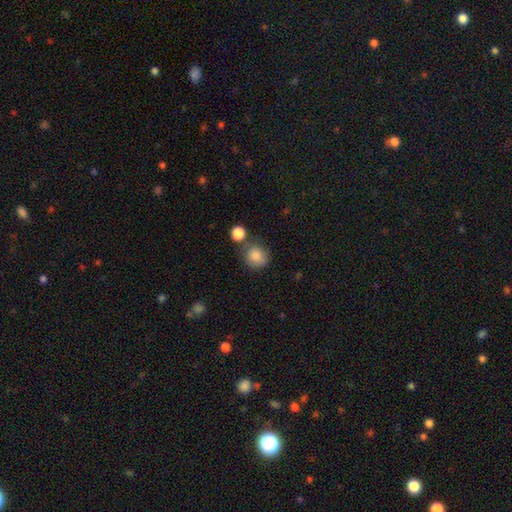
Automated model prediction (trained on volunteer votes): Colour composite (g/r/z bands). It shows a smooth galaxy with no disk features (85%) that is round (81%). Merging: none (66%).